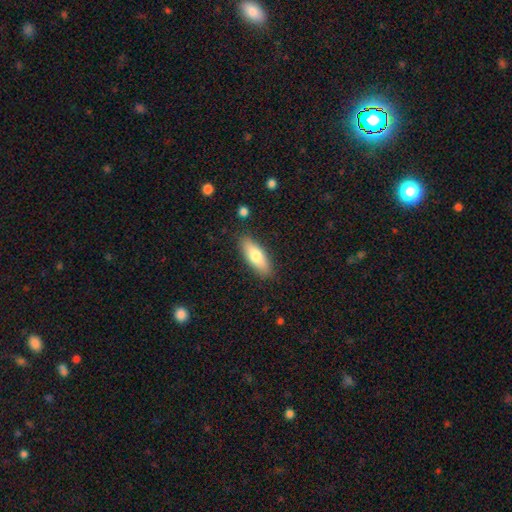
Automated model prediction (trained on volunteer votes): Q: Smooth or featured?
A: smooth (73%); runner-up: featured or disk (21%)
Q: How rounded?
A: in between (65%); runner-up: cigar-shaped (33%)
Q: Merging?
A: none (87%); runner-up: minor disturbance (10%)